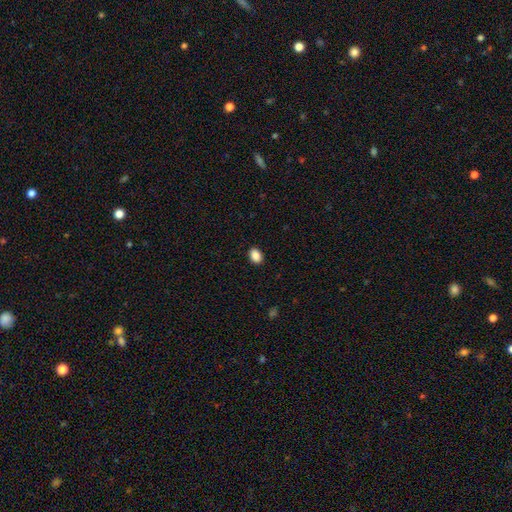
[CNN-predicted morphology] This is clearly a smooth galaxy (89%). How rounded: likely in between (74%). Merging: clearly none (90%).